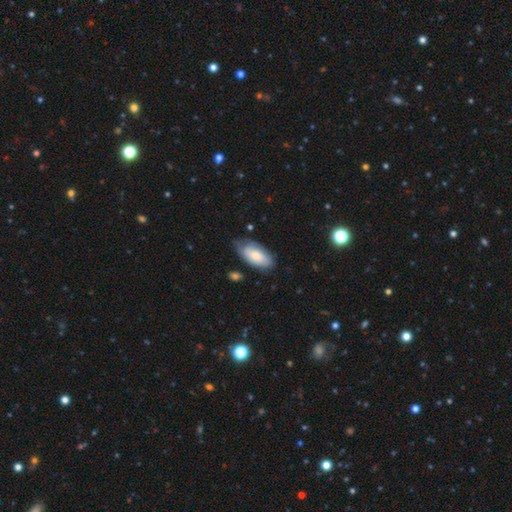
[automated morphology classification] smooth 66%, featured or disk 28%, star or artifact 6%. Down the decision tree: how rounded — in between (91%); merging — none (64%).